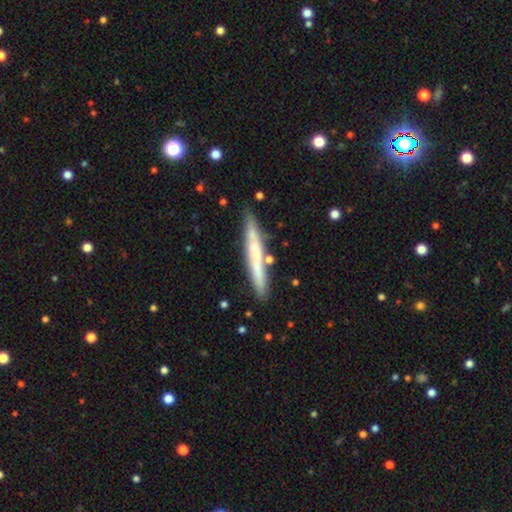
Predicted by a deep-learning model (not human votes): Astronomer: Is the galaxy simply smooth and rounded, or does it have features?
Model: smooth — 53% (runner-up: featured or disk, 41%).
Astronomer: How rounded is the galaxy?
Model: cigar-shaped — 95%.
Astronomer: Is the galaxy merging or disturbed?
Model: none — 81%.